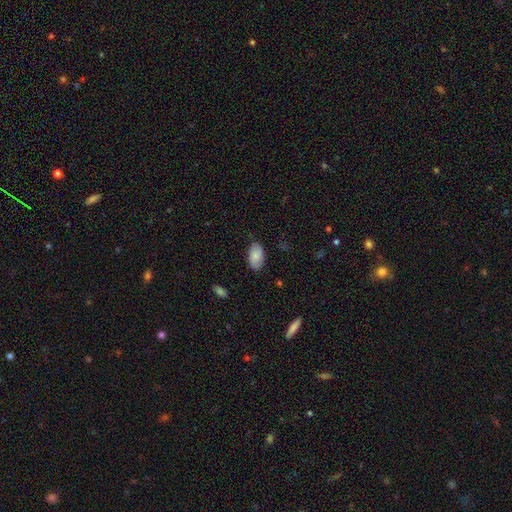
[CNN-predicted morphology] A smooth galaxy with no disk features (82%) that is in between round and cigar-shaped (94%).

Vote fractions:
- Smooth or featured? smooth: 82% / featured or disk: 11% / star or artifact: 7%
- How rounded? in between: 94% / round: 4% / cigar-shaped: 2%
- Merging? none: 77% / minor disturbance: 19% / major disturbance: 3% / merger: 1%